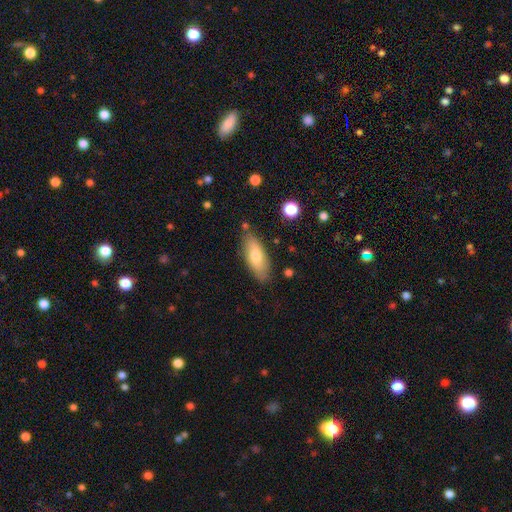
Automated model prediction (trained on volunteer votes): Q: Smooth or featured?
A: smooth (71%); runner-up: featured or disk (23%)
Q: How rounded?
A: in between (70%); runner-up: cigar-shaped (28%)
Q: Merging?
A: none (82%); runner-up: minor disturbance (13%)